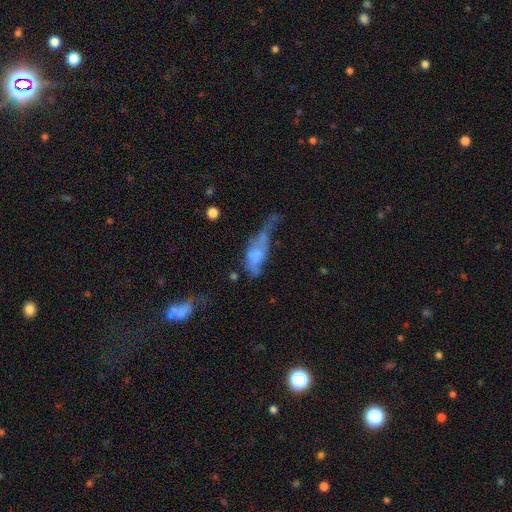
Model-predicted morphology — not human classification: The model was most divided on "smooth or featured": smooth: 55%, featured or disk: 35%, star or artifact: 10%. Remaining: how rounded — in between (72%); merging — major disturbance (50%).